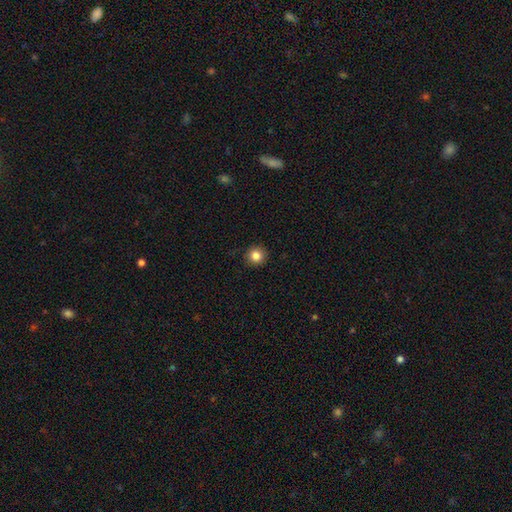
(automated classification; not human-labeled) A smooth galaxy with no disk features (84%) that is round (94%).

Vote fractions:
- Smooth or featured? smooth: 84% / star or artifact: 11% / featured or disk: 5%
- How rounded? round: 94% / in between: 5% / cigar-shaped: 1%
- Merging? none: 92% / minor disturbance: 6% / major disturbance: 2% / merger: 1%